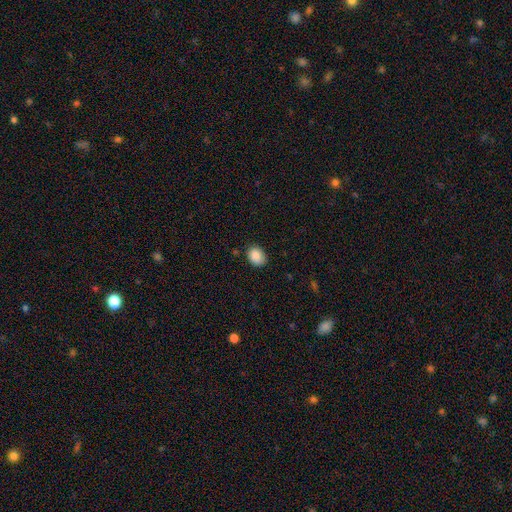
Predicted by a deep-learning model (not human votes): smooth-or-featured: smooth: 88% | star or artifact: 8% | featured or disk: 4%
  how-rounded: in between: 53% | round: 46% | cigar-shaped: 1%
  merging: none: 82% | minor disturbance: 14% | major disturbance: 3% | merger: 1%